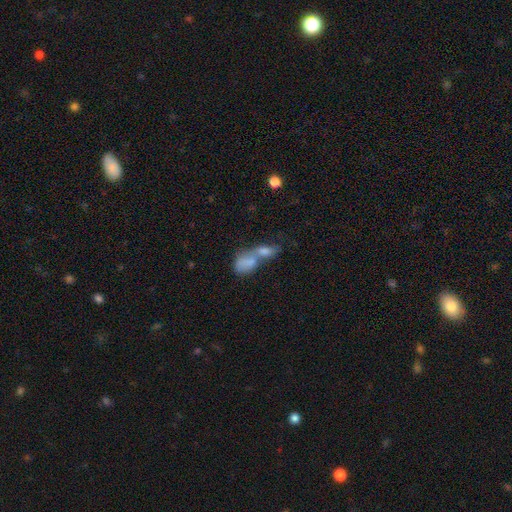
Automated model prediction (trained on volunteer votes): Smooth or featured? Predicted: smooth (p=0.55). How rounded? Predicted: in between (p=0.63). Merging? Predicted: merger (p=0.60).